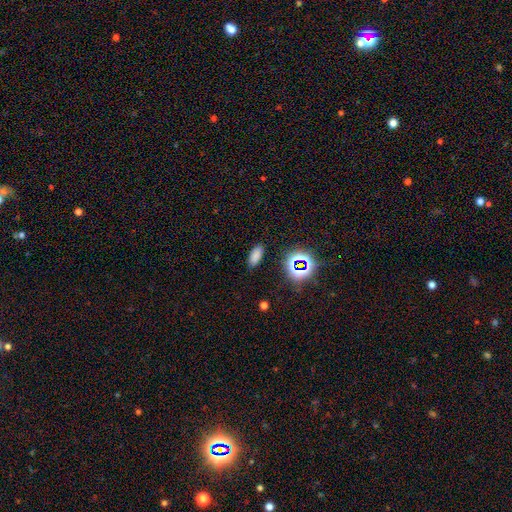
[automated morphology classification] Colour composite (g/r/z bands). It shows a smooth galaxy with no disk features (74%) that is in between round and cigar-shaped (85%). Merging: none (87%).